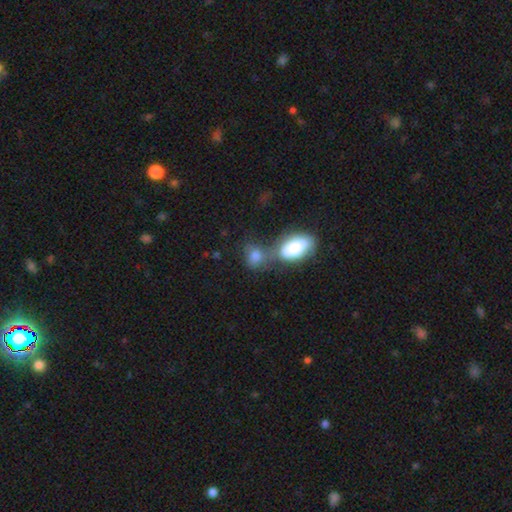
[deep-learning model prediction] A smooth galaxy with no disk features (79%) that is in between round and cigar-shaped (69%).

Vote fractions:
- Smooth or featured? smooth: 79% / featured or disk: 11% / star or artifact: 9%
- How rounded? in between: 69% / round: 28% / cigar-shaped: 3%
- Merging? merger: 47% / none: 33% / minor disturbance: 13% / major disturbance: 7%